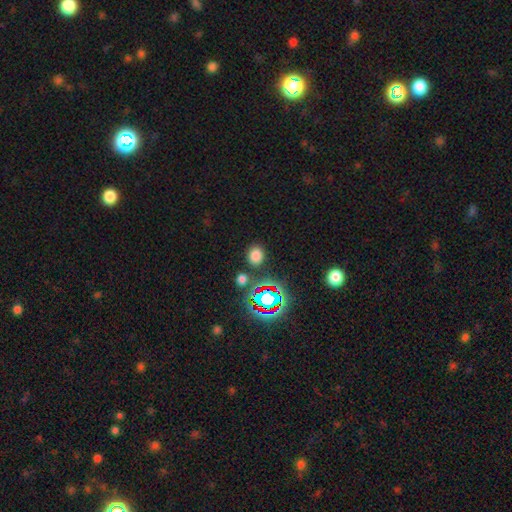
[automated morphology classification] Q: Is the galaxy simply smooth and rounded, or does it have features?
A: smooth — 73%.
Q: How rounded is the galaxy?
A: round — 65%.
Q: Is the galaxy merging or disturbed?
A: none — 84%.